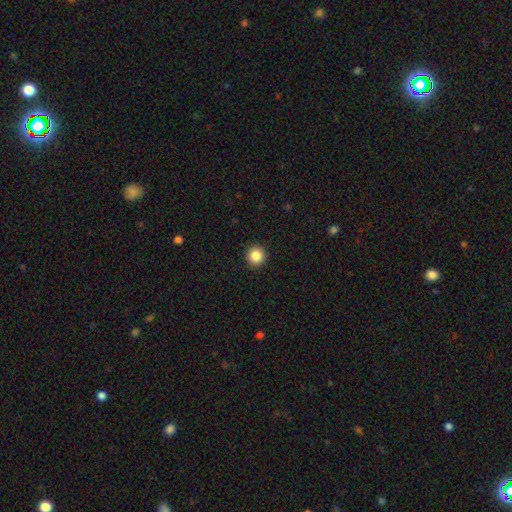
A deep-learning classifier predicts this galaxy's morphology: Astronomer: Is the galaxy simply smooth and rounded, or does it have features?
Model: smooth — 86%.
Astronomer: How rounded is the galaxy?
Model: round — 95%.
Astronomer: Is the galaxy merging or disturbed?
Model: none — 93%.